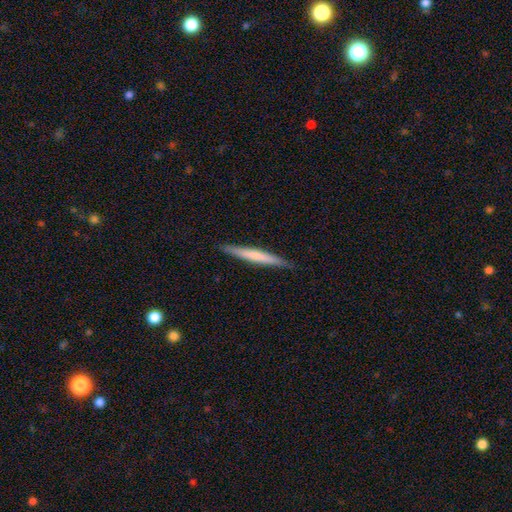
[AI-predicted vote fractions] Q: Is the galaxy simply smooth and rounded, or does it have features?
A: smooth — 55%.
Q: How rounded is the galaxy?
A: cigar-shaped — 96%.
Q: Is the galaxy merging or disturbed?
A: none — 90%.